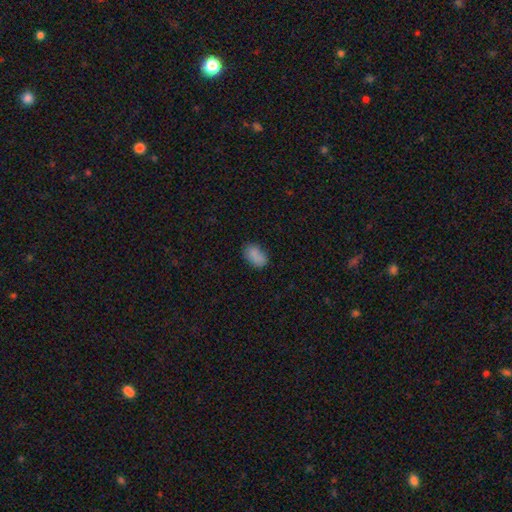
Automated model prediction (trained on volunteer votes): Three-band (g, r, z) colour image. It shows a smooth galaxy with no disk features (84%) that is in between round and cigar-shaped (87%). Merging: none (73%).